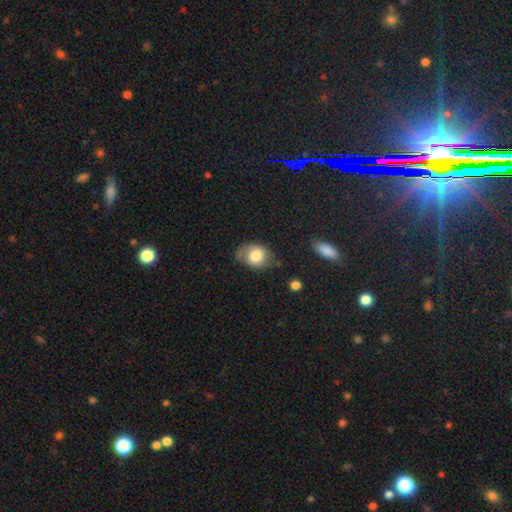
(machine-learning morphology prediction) smooth_or_featured: smooth (p=0.77) [alt: featured or disk p=0.15]
how_rounded: in between (p=0.55) [alt: round p=0.44]
merging: none (p=0.53) [alt: minor disturbance p=0.32]